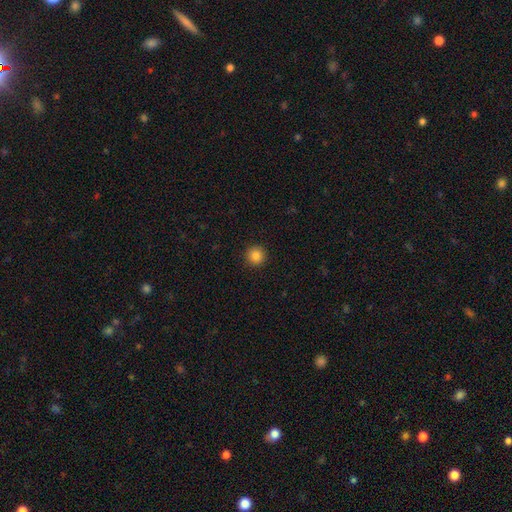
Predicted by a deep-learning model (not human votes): smooth-or-featured: smooth: 86% | star or artifact: 11% | featured or disk: 3%
  how-rounded: round: 95% | in between: 4% | cigar-shaped: 1%
  merging: none: 93% | minor disturbance: 5% | major disturbance: 2% | merger: 1%